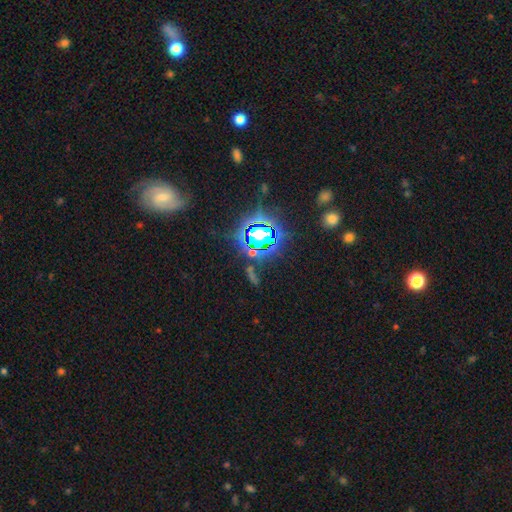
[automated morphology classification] This is likely a star or artifact rather than a galaxy (78%).